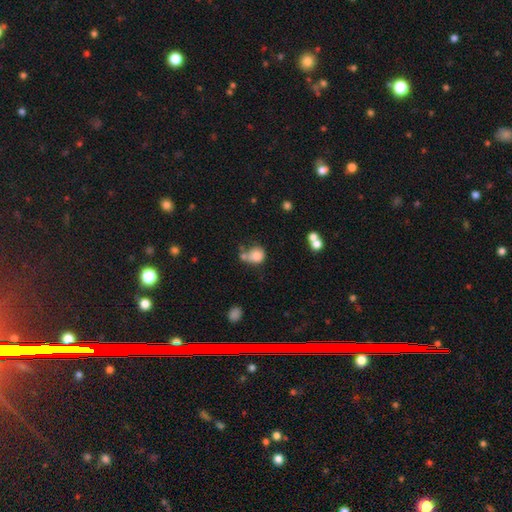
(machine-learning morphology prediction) The model was most divided on "merging": none: 39%, merger: 32%, minor disturbance: 19%, major disturbance: 11%. More confident: smooth or featured — smooth (80%); how rounded — round (73%).